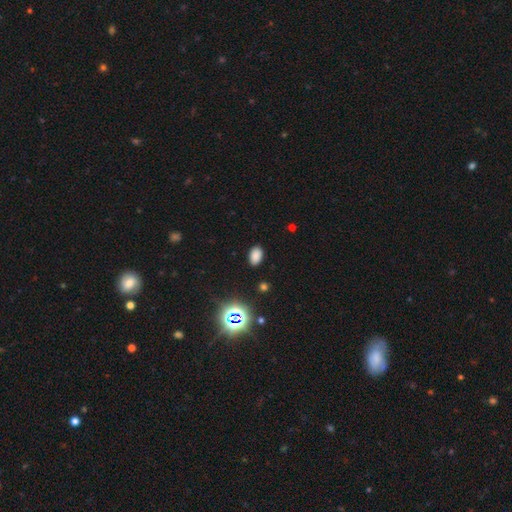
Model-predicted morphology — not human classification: The model was most divided on "smooth or featured": smooth: 80%, star or artifact: 16%, featured or disk: 4%. More confident: how rounded — in between (88%); merging — none (87%).